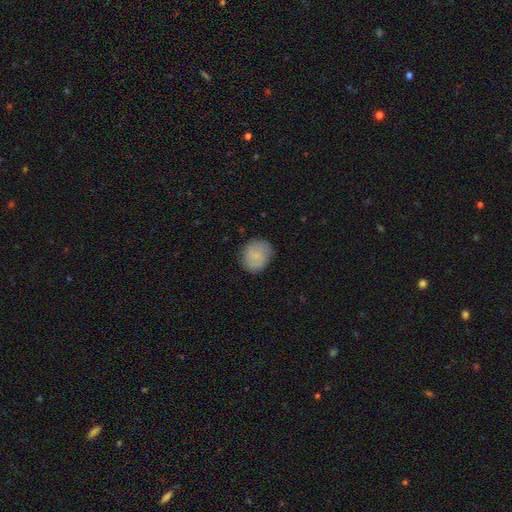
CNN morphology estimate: smooth-or-featured: smooth: 73% | featured or disk: 20% | star or artifact: 7%
  how-rounded: round: 78% | in between: 21% | cigar-shaped: 1%
  merging: none: 83% | minor disturbance: 13% | major disturbance: 3% | merger: 1%